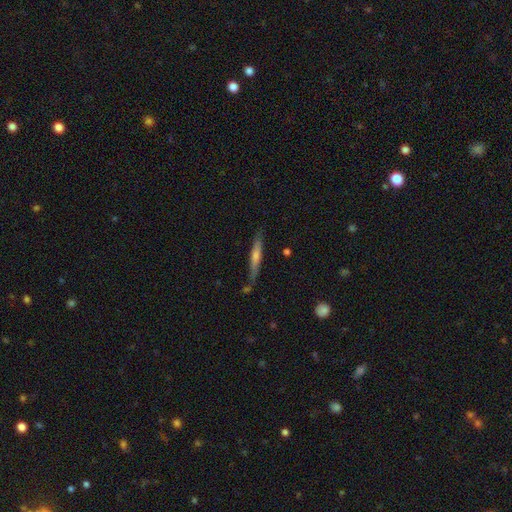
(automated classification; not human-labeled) Morphology: type=featured or disk (62%); edge-on=yes (95%); edge-on bulge=rounded (67%); merging=none (82%).